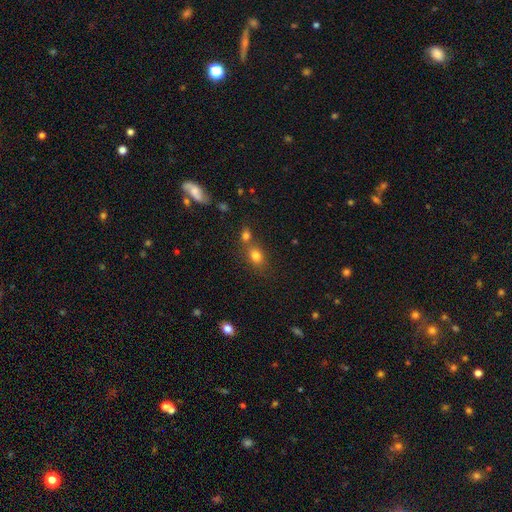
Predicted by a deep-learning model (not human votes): This is likely a smooth galaxy (78%). How rounded: possibly in between (56%). Merging: possibly none (52%).